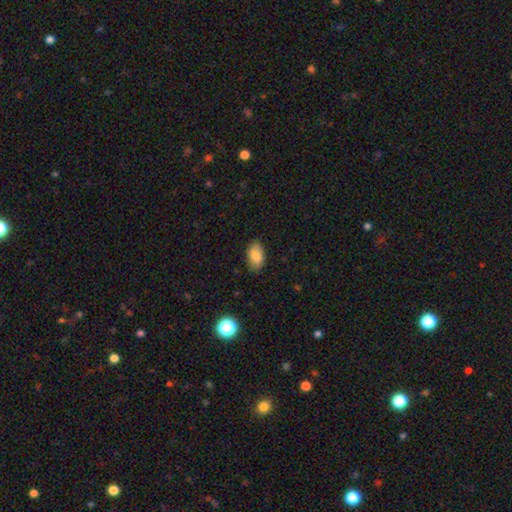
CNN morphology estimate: Overall: smooth (85%). How rounded: in between (93%). Merging: none (83%).